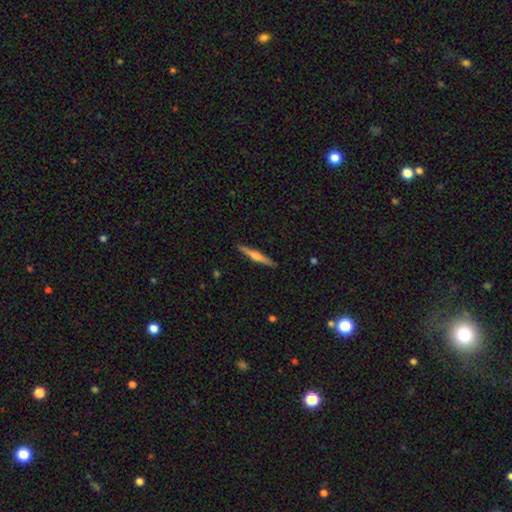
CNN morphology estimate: type=featured or disk (65%); edge-on=yes (98%); edge-on bulge=rounded (83%); merging=none (91%).